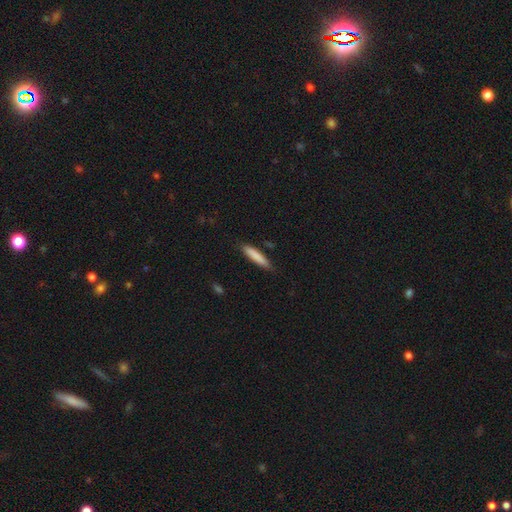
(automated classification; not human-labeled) The model was most divided on "smooth or featured": smooth: 84%, featured or disk: 10%, star or artifact: 6%. More confident: how rounded — cigar-shaped (87%); merging — none (86%).